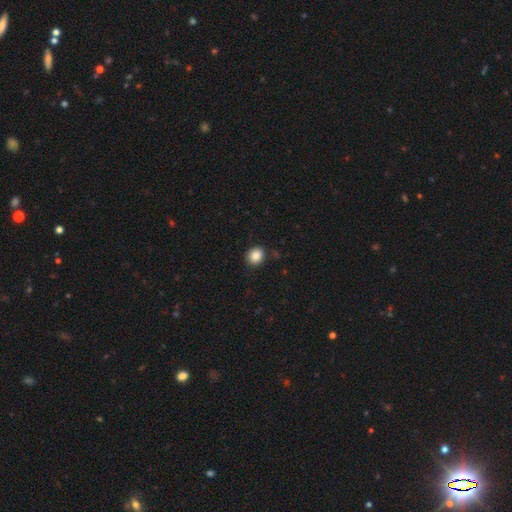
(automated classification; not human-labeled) Morphology: type=smooth (85%); roundness=round (77%); merging=none (89%).